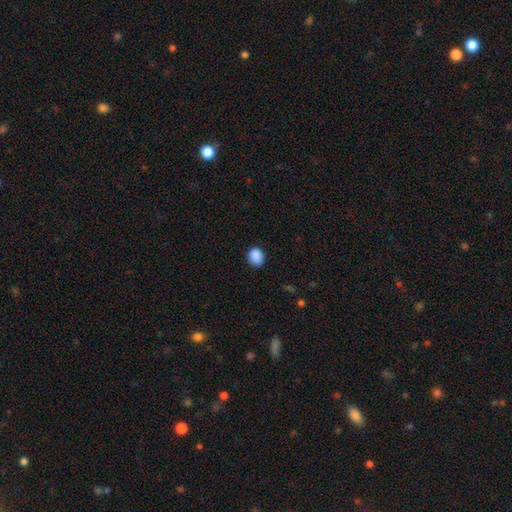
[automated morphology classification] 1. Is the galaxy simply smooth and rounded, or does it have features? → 88% smooth, 9% star or artifact, 3% featured or disk.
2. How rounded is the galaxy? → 59% round, 40% in between, 1% cigar-shaped.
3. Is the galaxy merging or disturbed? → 83% none, 13% minor disturbance, 3% major disturbance, 1% merger.